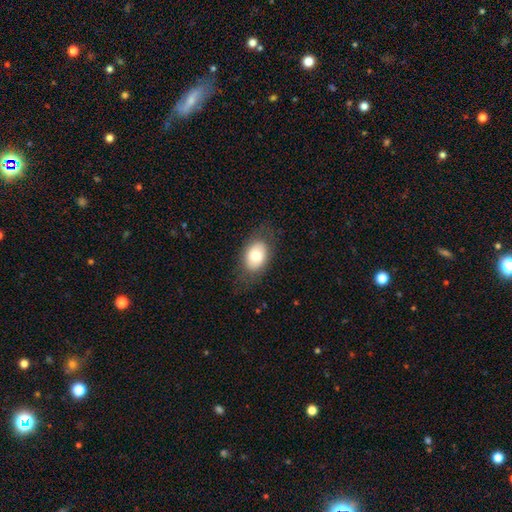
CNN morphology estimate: Overall: smooth (75%). How rounded: in between (84%). Merging: none (79%).